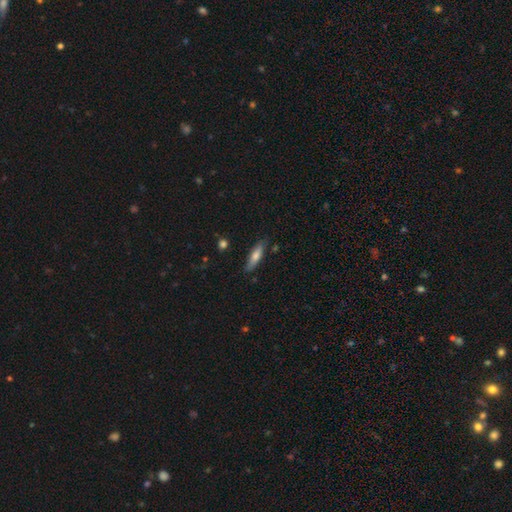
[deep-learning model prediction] A smooth galaxy with no disk features (68%) that is cigar-shaped (68%). Merging: none (80%).